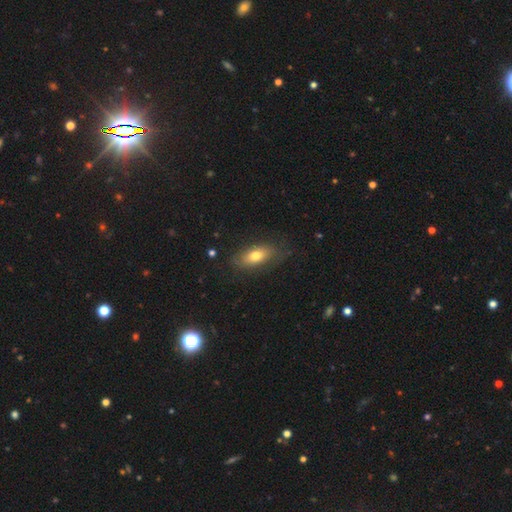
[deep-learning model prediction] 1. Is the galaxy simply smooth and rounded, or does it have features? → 69% smooth, 23% featured or disk, 7% star or artifact.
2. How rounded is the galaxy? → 83% in between, 12% cigar-shaped, 5% round.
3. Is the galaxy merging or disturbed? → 72% none, 20% minor disturbance, 7% major disturbance, 1% merger.